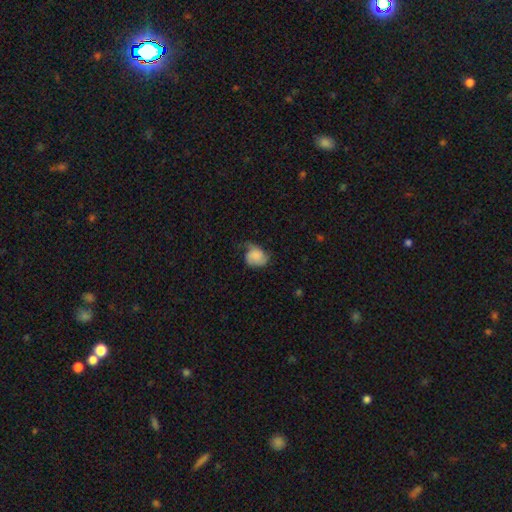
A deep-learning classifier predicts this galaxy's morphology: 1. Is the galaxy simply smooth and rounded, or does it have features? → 58% smooth, 33% featured or disk, 8% star or artifact.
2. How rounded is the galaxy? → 52% in between, 47% round, 1% cigar-shaped.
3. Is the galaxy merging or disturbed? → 38% none, 37% minor disturbance, 23% major disturbance, 2% merger.